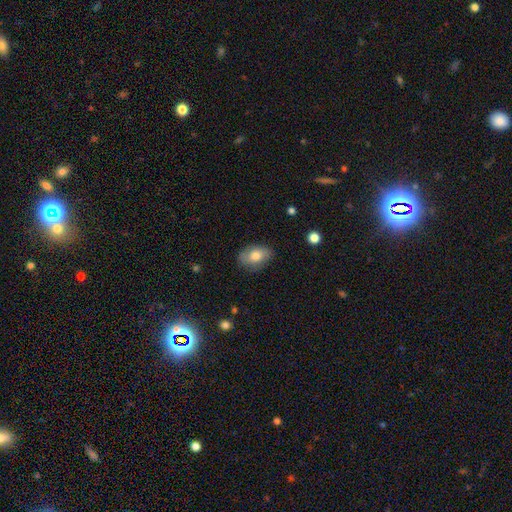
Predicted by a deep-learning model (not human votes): Smooth or featured: smooth — 73% (featured or disk — 20%)
How rounded: in between — 88% (round — 10%)
Merging: none — 80% (minor disturbance — 15%)